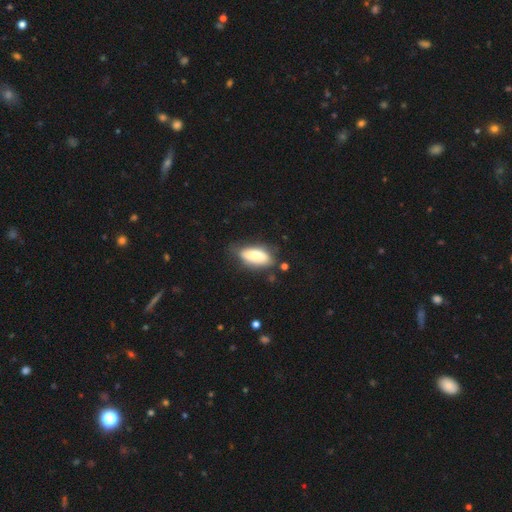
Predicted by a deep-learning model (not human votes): The model was most divided on "merging": none: 63%, minor disturbance: 24%, major disturbance: 9%, merger: 3%. More confident: how rounded — in between (83%); smooth or featured — smooth (72%).